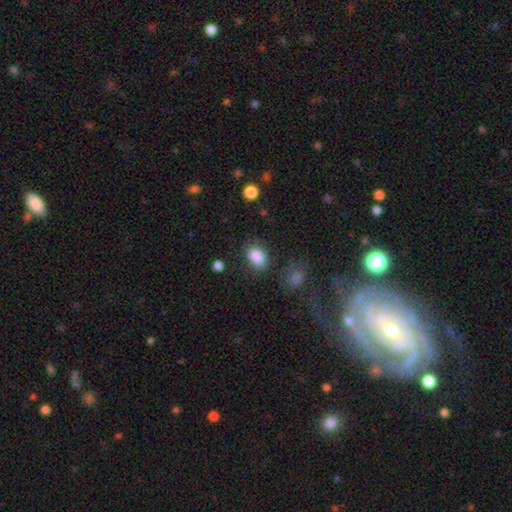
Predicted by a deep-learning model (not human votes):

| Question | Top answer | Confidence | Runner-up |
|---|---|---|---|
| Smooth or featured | smooth | 86% | star or artifact (9%) |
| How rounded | in between | 76% | round (23%) |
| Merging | none | 73% | minor disturbance (18%) |